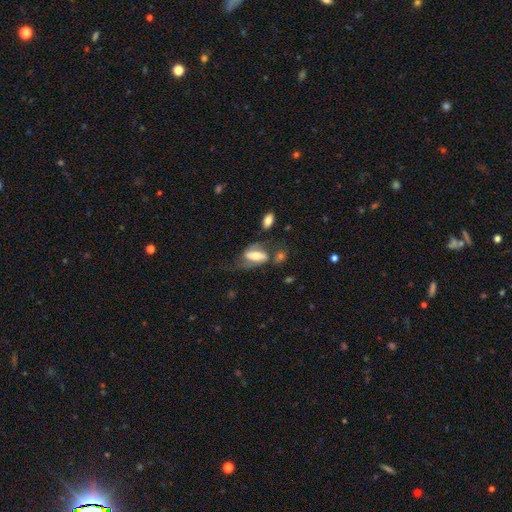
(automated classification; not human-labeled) The model was most divided on "merging": none: 44%, major disturbance: 24%, minor disturbance: 22%, merger: 10%. More confident: edge-on disk — no (87%); smooth or featured — featured or disk (56%).